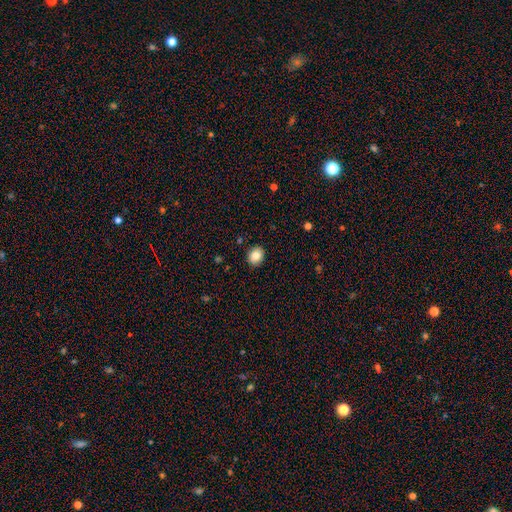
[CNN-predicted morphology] A smooth galaxy with no disk features (85%) that is round (54%).

Vote fractions:
- Smooth or featured? smooth: 85% / star or artifact: 9% / featured or disk: 6%
- How rounded? round: 54% / in between: 45% / cigar-shaped: 1%
- Merging? none: 89% / minor disturbance: 8% / major disturbance: 2% / merger: 1%